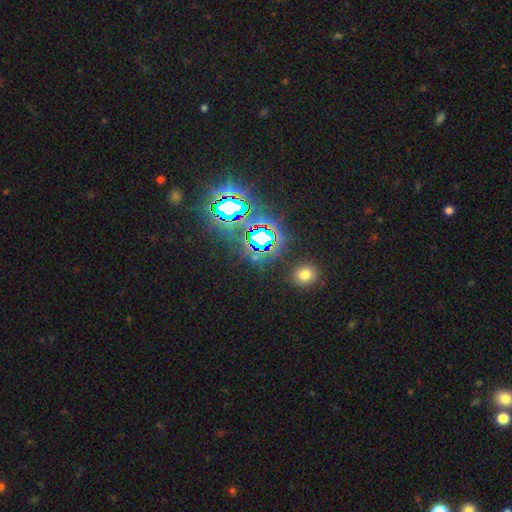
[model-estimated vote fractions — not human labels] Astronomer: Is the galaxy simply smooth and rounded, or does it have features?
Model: star or artifact — 74%.